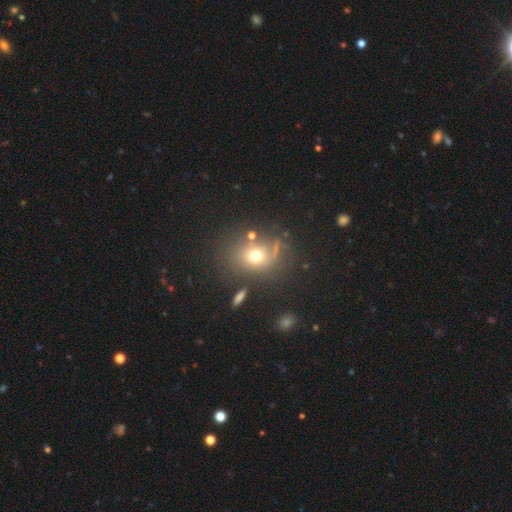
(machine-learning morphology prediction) A smooth galaxy with no disk features (66%) that is round (62%).

Vote fractions:
- Smooth or featured? smooth: 66% / featured or disk: 17% / star or artifact: 17%
- How rounded? round: 62% / in between: 37% / cigar-shaped: 1%
- Merging? none: 64% / minor disturbance: 16% / major disturbance: 10% / merger: 10%